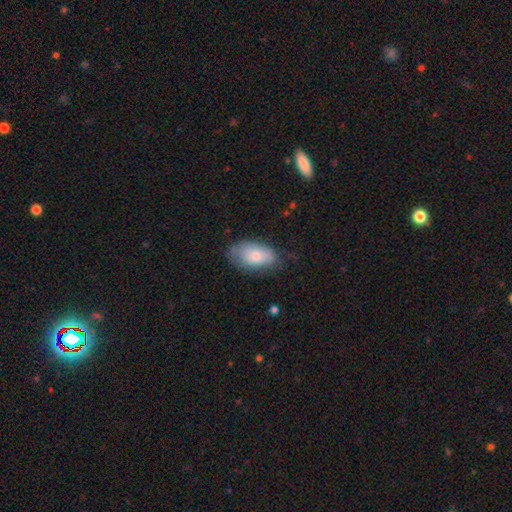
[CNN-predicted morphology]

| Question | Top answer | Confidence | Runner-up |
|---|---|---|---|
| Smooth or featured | smooth | 77% | featured or disk (17%) |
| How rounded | in between | 93% | round (5%) |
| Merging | none | 62% | minor disturbance (28%) |